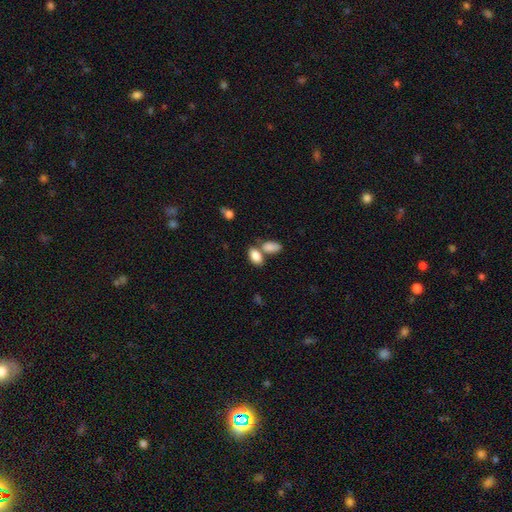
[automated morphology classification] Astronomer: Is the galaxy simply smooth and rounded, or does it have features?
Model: smooth — 85%.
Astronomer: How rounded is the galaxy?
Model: in between — 92%.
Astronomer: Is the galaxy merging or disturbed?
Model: none — 45% (runner-up: merger, 40%).